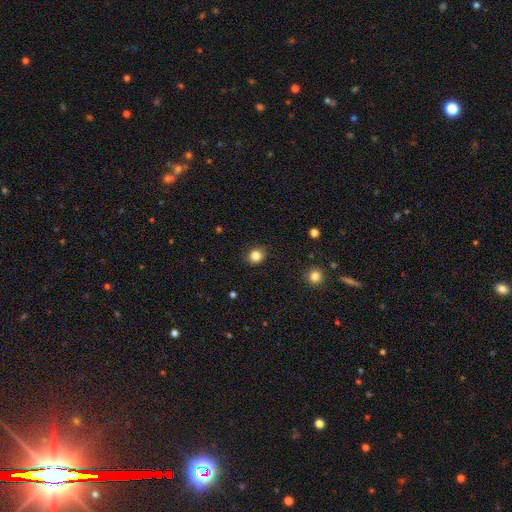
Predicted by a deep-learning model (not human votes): This is clearly a smooth galaxy (83%). How rounded: likely round (76%). Merging: clearly none (89%).